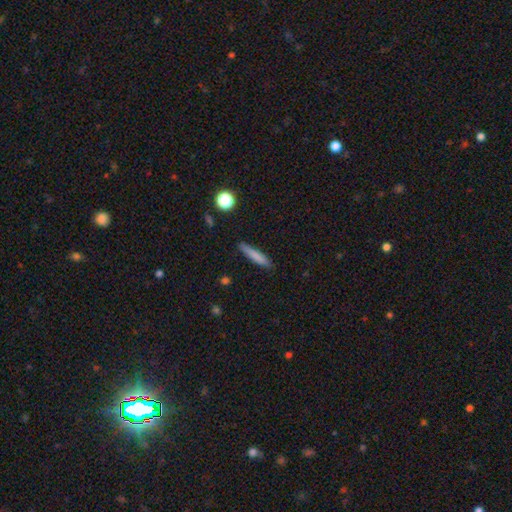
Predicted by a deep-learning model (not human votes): Smooth or featured? smooth (77%)
How rounded? cigar-shaped (90%)
Merging? none (85%)